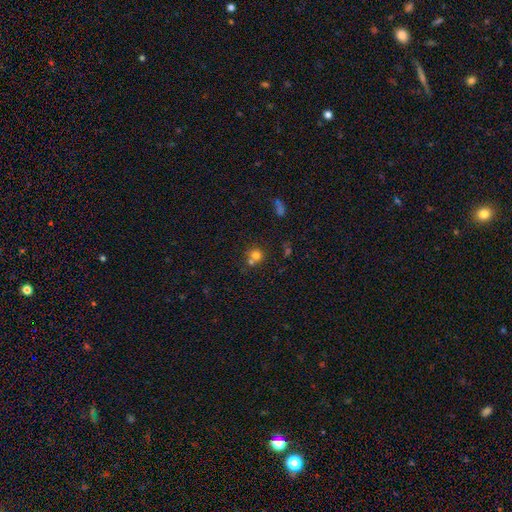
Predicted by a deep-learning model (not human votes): Smooth or featured?
  - smooth: 72% *
  - star or artifact: 15%
  - featured or disk: 12%
How rounded?
  - round: 86% *
  - in between: 13%
  - cigar-shaped: 1%
Merging?
  - none: 46% *
  - merger: 43%
  - minor disturbance: 7%
  - major disturbance: 3%